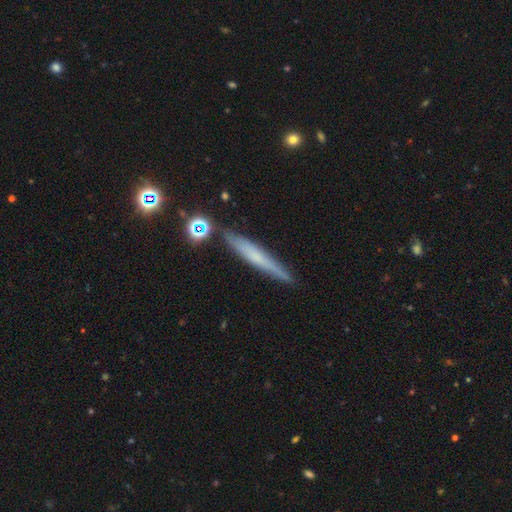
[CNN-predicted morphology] Overall: smooth (46%; featured or disk 43%). Merging: none (81%).